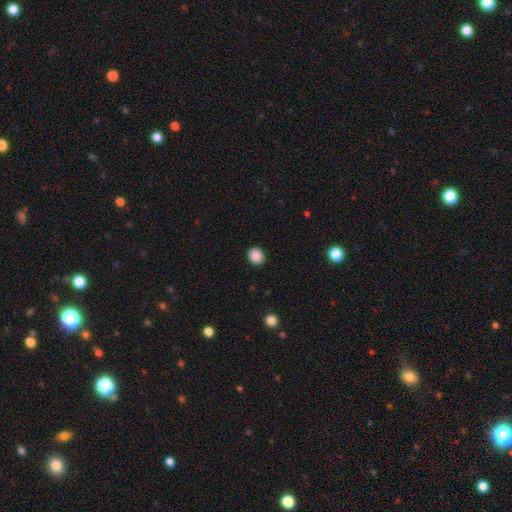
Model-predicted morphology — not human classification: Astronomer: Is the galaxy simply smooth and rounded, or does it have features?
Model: smooth — 88%.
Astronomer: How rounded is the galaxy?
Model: round — 76%.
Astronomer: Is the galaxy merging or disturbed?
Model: none — 91%.